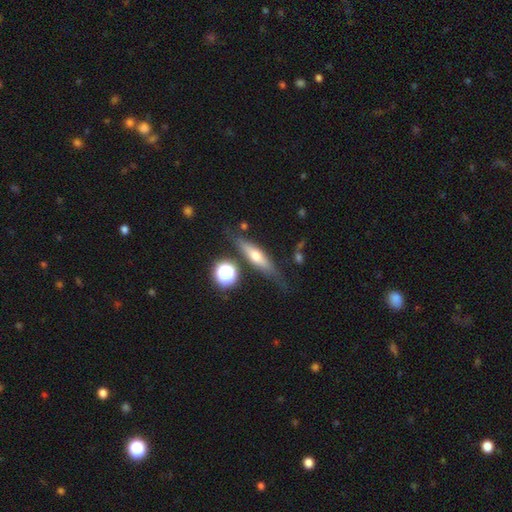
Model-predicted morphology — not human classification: smooth-or-featured: featured or disk: 49% | smooth: 43% | star or artifact: 9%
  merging: none: 72% | minor disturbance: 18% | major disturbance: 6% | merger: 5%